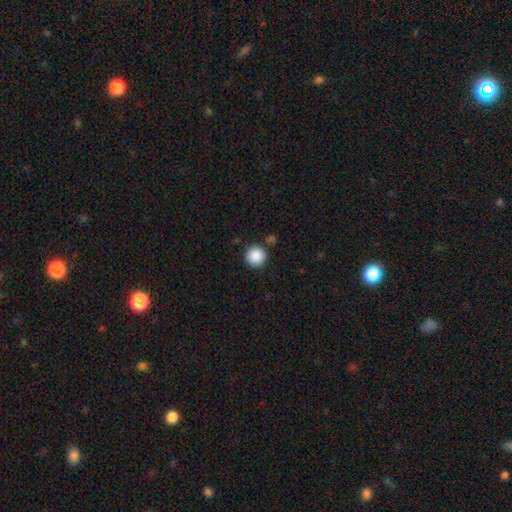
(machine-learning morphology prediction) A smooth galaxy with no disk features (88%) that is round (96%). Merging: none (88%).